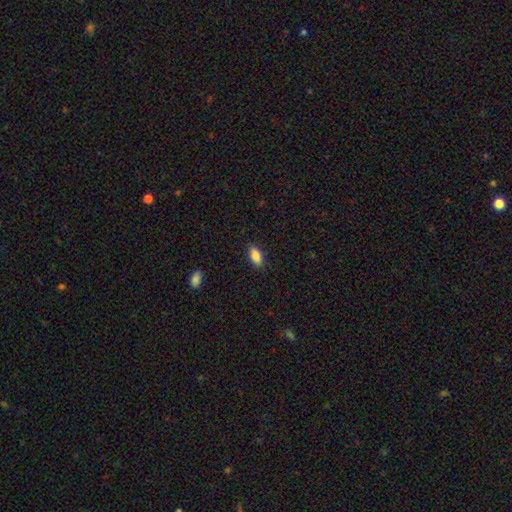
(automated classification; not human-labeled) Smooth or featured: smooth — 87% (star or artifact — 7%)
How rounded: in between — 86% (cigar-shaped — 11%)
Merging: none — 87% (minor disturbance — 9%)